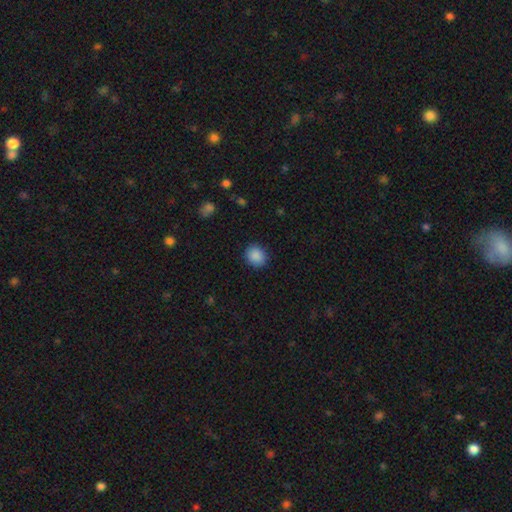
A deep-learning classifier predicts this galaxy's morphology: Q: Smooth or featured?
A: smooth (89%); runner-up: star or artifact (8%)
Q: How rounded?
A: round (76%); runner-up: in between (23%)
Q: Merging?
A: none (89%); runner-up: minor disturbance (8%)